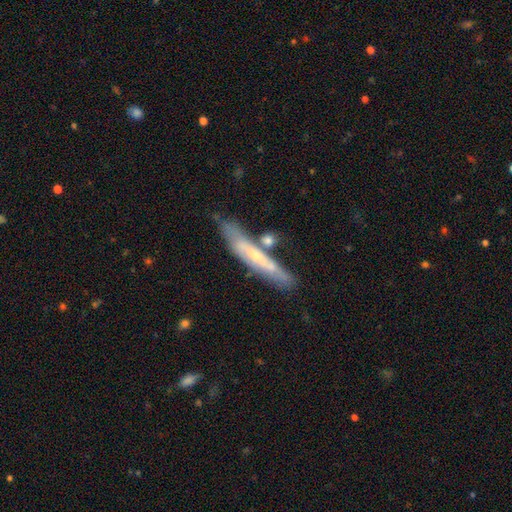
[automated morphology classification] A featured or disk galaxy (55%) viewed edge-on (70%).

Vote fractions:
- Smooth or featured? featured or disk: 55% / smooth: 39% / star or artifact: 6%
- Edge-on disk? yes: 70% / no: 30%
- Merging? none: 57% / minor disturbance: 20% / merger: 16% / major disturbance: 6%